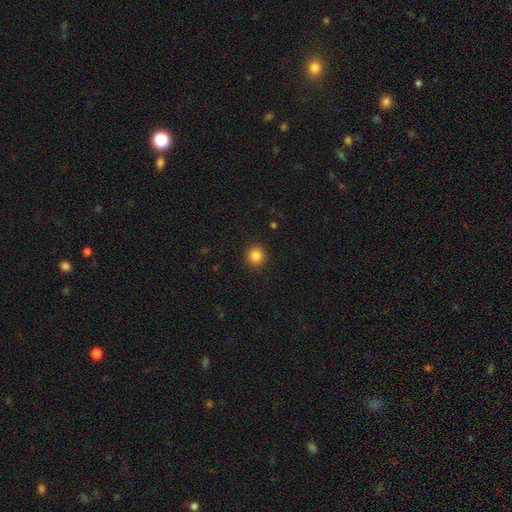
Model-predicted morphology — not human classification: Smooth or featured? Predicted: smooth (p=0.85). How rounded? Predicted: round (p=0.88). Merging? Predicted: none (p=0.91).